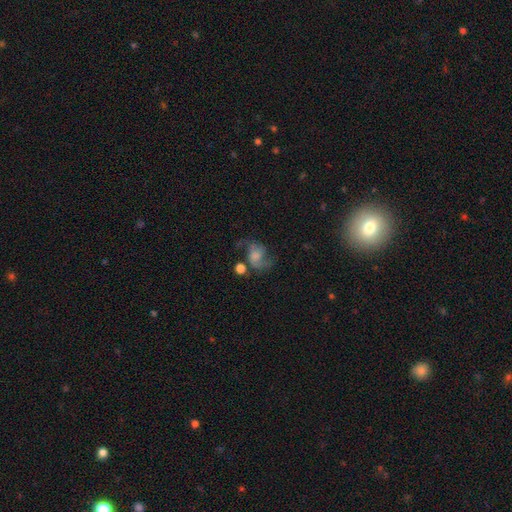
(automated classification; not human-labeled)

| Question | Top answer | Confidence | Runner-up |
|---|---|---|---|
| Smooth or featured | featured or disk | 61% | smooth (28%) |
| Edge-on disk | no | 98% | yes (2%) |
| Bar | no | 63% | weak (31%) |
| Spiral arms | yes | 87% | no (13%) |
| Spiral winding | loose | 61% | medium (32%) |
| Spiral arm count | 2 | 87% | 1 (5%) |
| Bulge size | none | 32% | moderate (26%) |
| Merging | none | 47% | major disturbance (22%) |